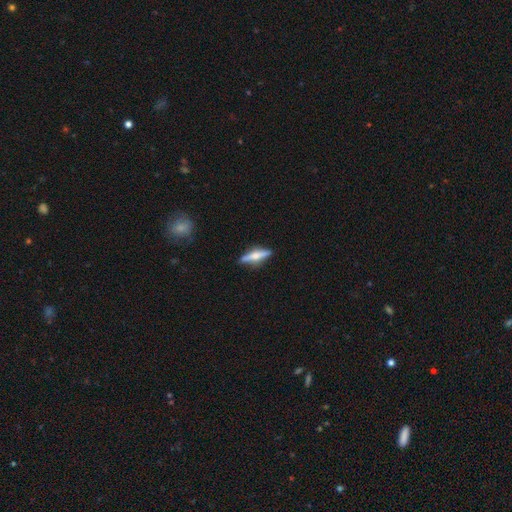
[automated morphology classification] A featured or disk galaxy (62%) viewed edge-on (96%) with a rounded central bulge (86%).

Vote fractions:
- Smooth or featured? featured or disk: 62% / smooth: 32% / star or artifact: 6%
- Edge-on disk? yes: 96% / no: 4%
- Edge-on bulge? rounded: 86% / boxy: 9% / none: 6%
- Merging? none: 86% / minor disturbance: 10% / major disturbance: 2% / merger: 2%